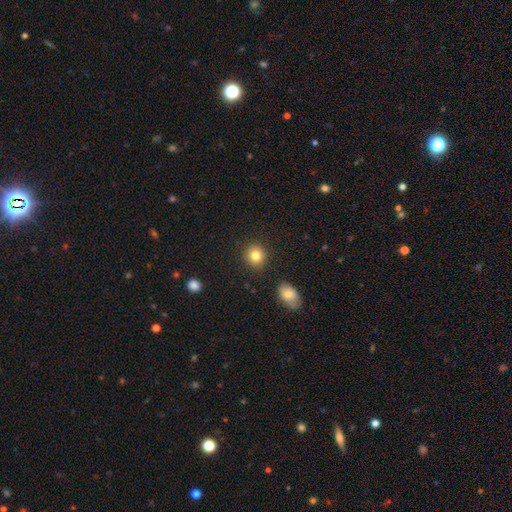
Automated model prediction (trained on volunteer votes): smooth-or-featured: smooth: 83% | star or artifact: 10% | featured or disk: 7%
  how-rounded: round: 84% | in between: 16% | cigar-shaped: 1%
  merging: none: 89% | minor disturbance: 7% | merger: 2% | major disturbance: 2%